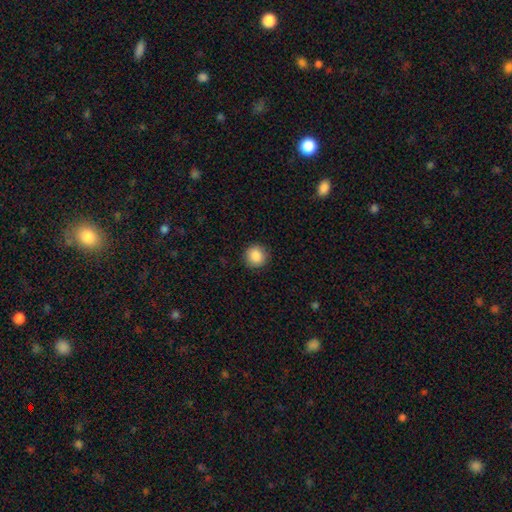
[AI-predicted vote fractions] Morphology: type=smooth (88%); roundness=round (93%); merging=none (90%).